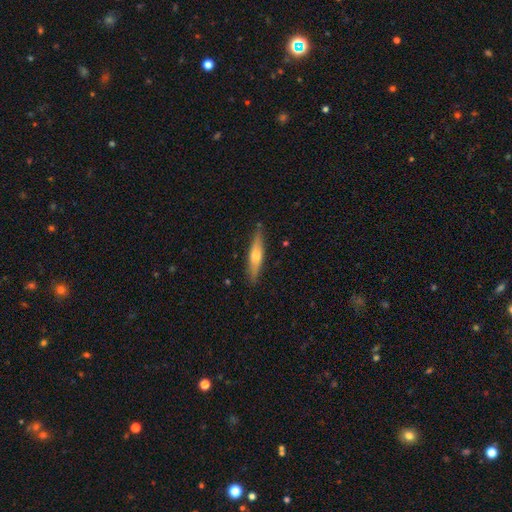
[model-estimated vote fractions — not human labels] smooth-or-featured: smooth: 52% | featured or disk: 42% | star or artifact: 6%
  how-rounded: cigar-shaped: 82% | in between: 17% | round: 2%
  merging: none: 85% | minor disturbance: 12% | major disturbance: 2% | merger: 2%